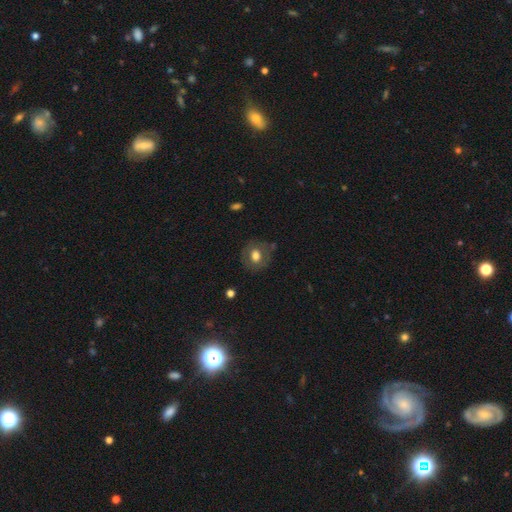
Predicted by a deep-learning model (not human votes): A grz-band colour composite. It shows a smooth galaxy with no disk features (66%) that is round (73%). Merging: none (79%).